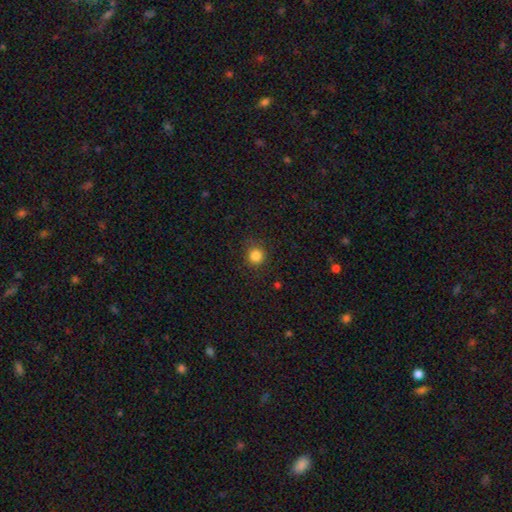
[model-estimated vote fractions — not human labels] Smooth or featured? Predicted: smooth (p=0.84). How rounded? Predicted: round (p=0.92). Merging? Predicted: none (p=0.87).